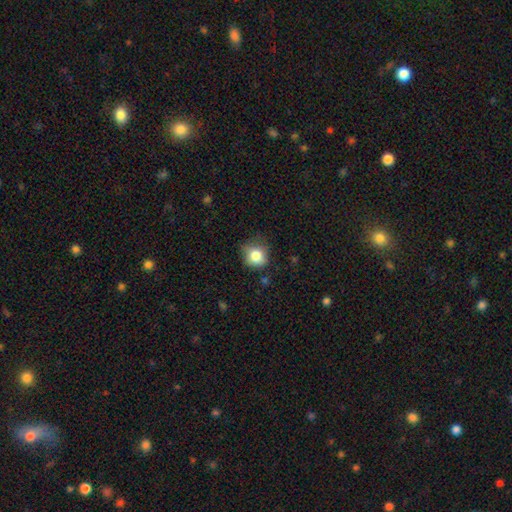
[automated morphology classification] smooth_or_featured: smooth (p=0.83) [alt: star or artifact p=0.10]
how_rounded: round (p=0.81) [alt: in between p=0.18]
merging: none (p=0.67) [alt: minor disturbance p=0.24]